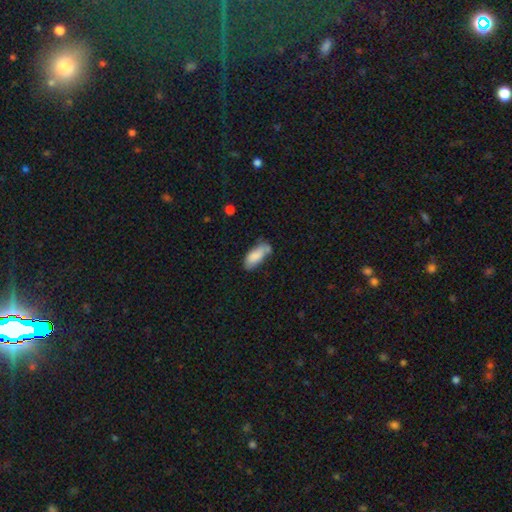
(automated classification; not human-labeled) Q: Smooth or featured?
A: smooth (83%); runner-up: featured or disk (10%)
Q: How rounded?
A: in between (84%); runner-up: cigar-shaped (14%)
Q: Merging?
A: none (47%); runner-up: minor disturbance (31%)